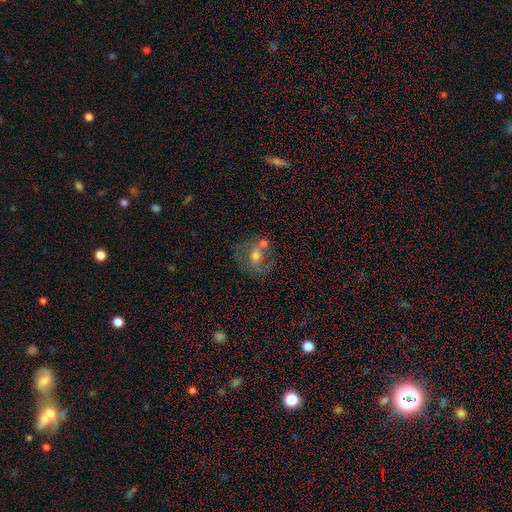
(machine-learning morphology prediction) A featured or disk galaxy (50%).

Vote fractions:
- Smooth or featured? featured or disk: 50% / smooth: 37% / star or artifact: 13%
- Merging? none: 52% / merger: 24% / minor disturbance: 15% / major disturbance: 8%